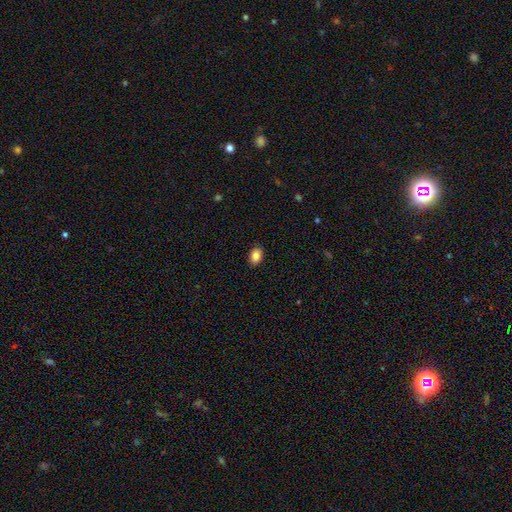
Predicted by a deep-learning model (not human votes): Smooth or featured? smooth (87%)
How rounded? in between (84%)
Merging? none (89%)